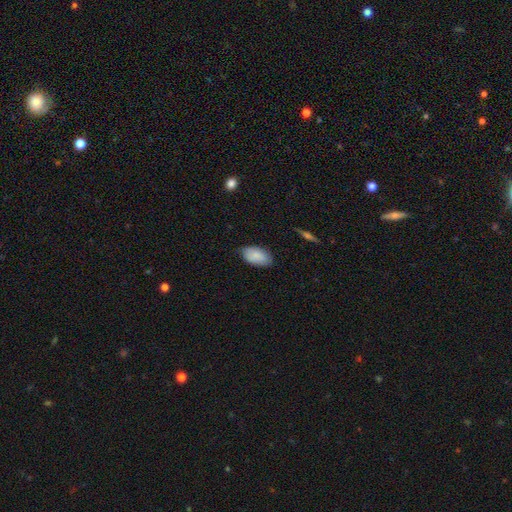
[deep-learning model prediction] smooth 86%, featured or disk 7%, star or artifact 6%. Down the decision tree: how rounded — in between (94%); merging — none (79%).